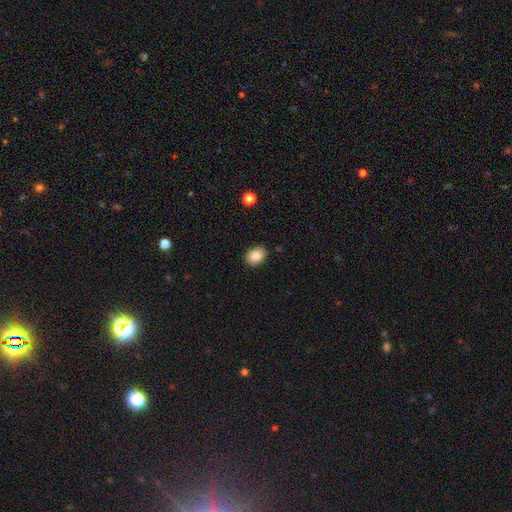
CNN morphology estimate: smooth 83%, star or artifact 9%, featured or disk 8%. Down the decision tree: how rounded — in between (56%); merging — none (88%).